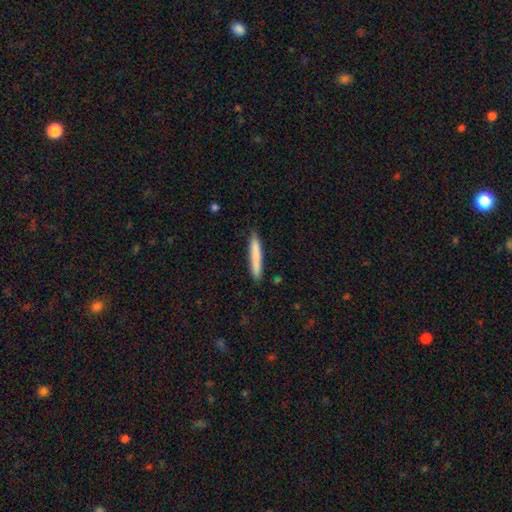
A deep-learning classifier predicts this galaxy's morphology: Smooth or featured? Predicted: smooth (p=0.80). How rounded? Predicted: cigar-shaped (p=0.95). Merging? Predicted: none (p=0.86).